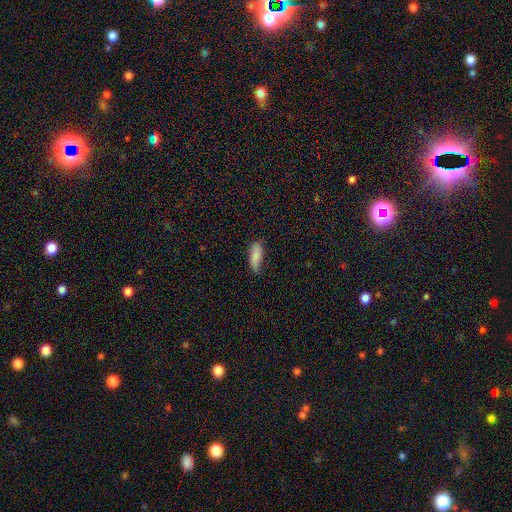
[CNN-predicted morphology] type=smooth (84%); roundness=in between (73%); merging=none (63%).